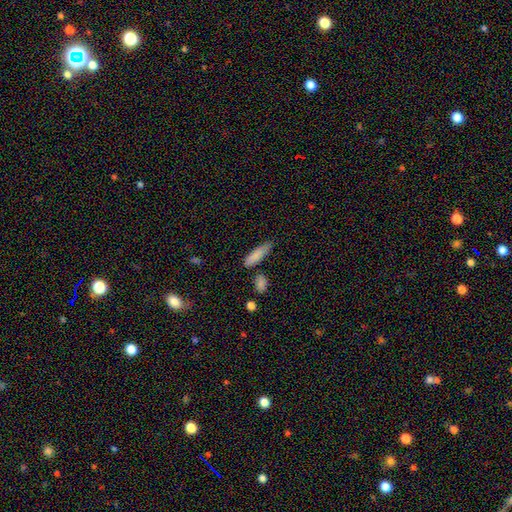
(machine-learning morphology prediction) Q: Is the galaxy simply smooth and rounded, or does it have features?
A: smooth — 82%.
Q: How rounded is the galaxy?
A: cigar-shaped — 61%.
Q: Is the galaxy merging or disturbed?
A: none — 62%.